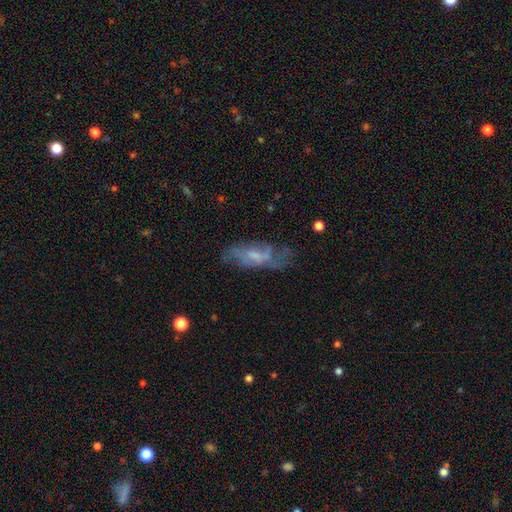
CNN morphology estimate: Smooth or featured? featured or disk (64%)
Edge-on disk? no (85%)
Bar? no (49%)
Spiral arms? yes (75%)
Bulge size? small (39%)
Merging? none (53%)